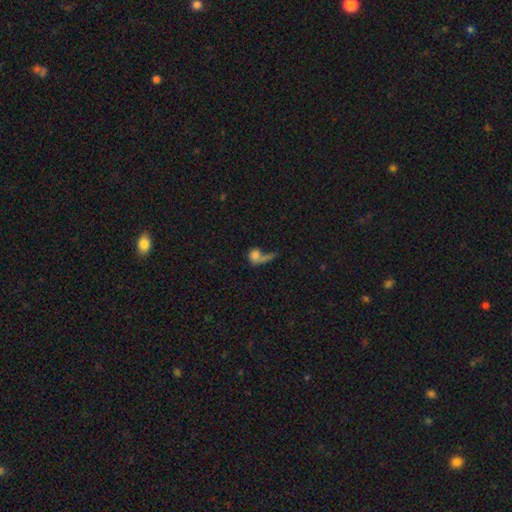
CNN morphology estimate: smooth-or-featured: smooth: 63% | featured or disk: 24% | star or artifact: 13%
  how-rounded: round: 49% | in between: 46% | cigar-shaped: 6%
  merging: major disturbance: 34% | merger: 30% | none: 23% | minor disturbance: 13%